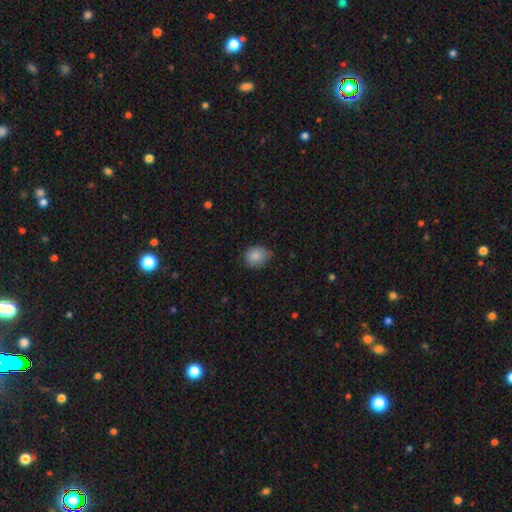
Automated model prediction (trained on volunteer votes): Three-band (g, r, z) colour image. It shows a smooth galaxy with no disk features (87%) that is round (60%). Merging: none (68%).